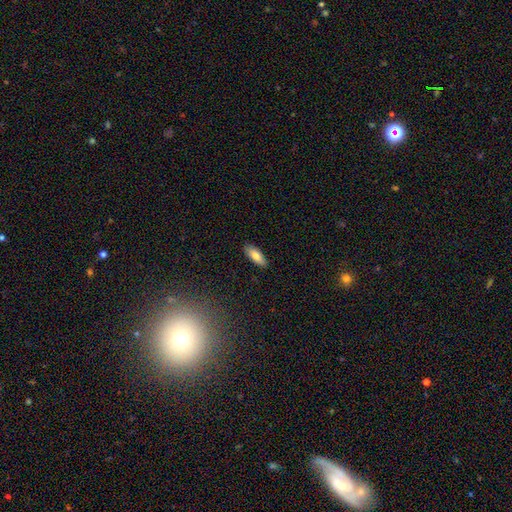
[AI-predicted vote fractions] Smooth or featured: smooth — 81% (featured or disk — 13%)
How rounded: in between — 74% (cigar-shaped — 24%)
Merging: none — 87% (minor disturbance — 10%)